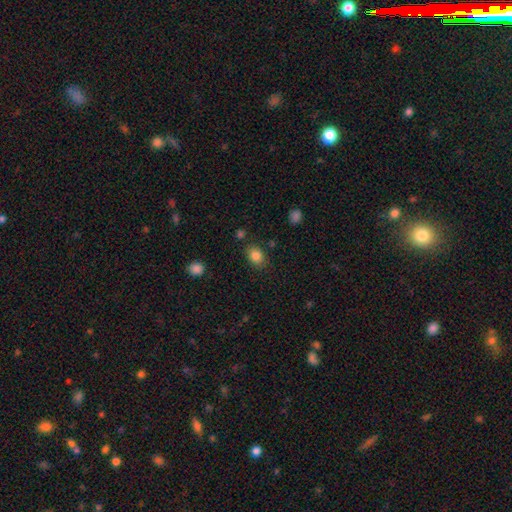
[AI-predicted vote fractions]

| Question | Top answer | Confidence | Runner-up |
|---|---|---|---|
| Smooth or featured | smooth | 84% | star or artifact (10%) |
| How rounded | in between | 66% | round (33%) |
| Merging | none | 81% | minor disturbance (12%) |